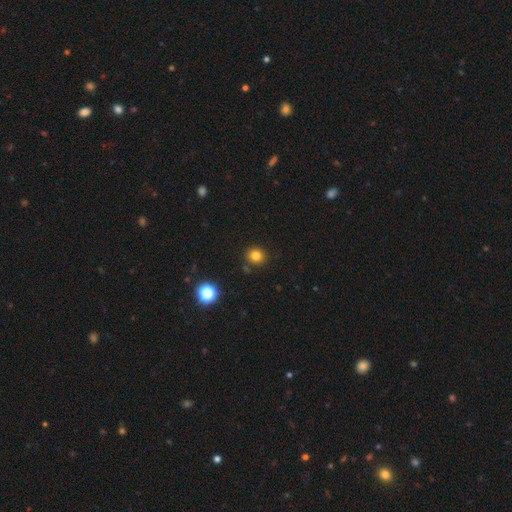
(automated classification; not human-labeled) A smooth galaxy with no disk features (81%) that is round (86%). Merging: none (87%).